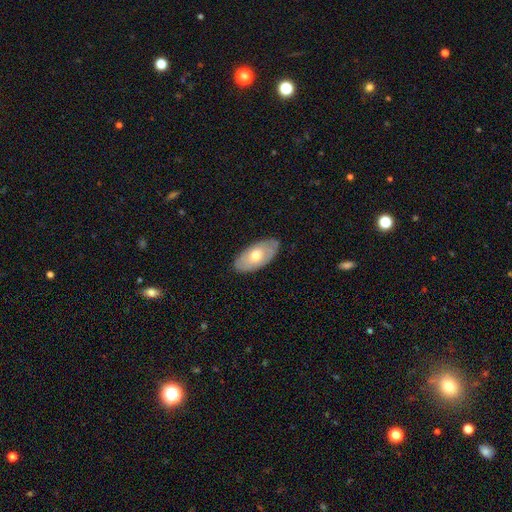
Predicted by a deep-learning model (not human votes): Smooth or featured? smooth (55%)
How rounded? in between (93%)
Merging? none (84%)